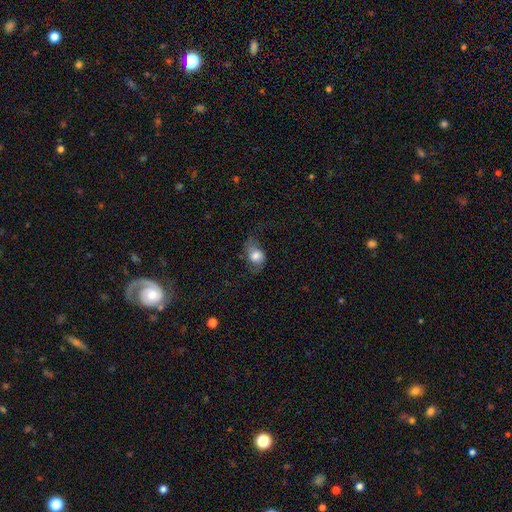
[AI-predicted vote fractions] Smooth or featured? smooth (62%)
How rounded? in between (61%)
Merging? none (42%)